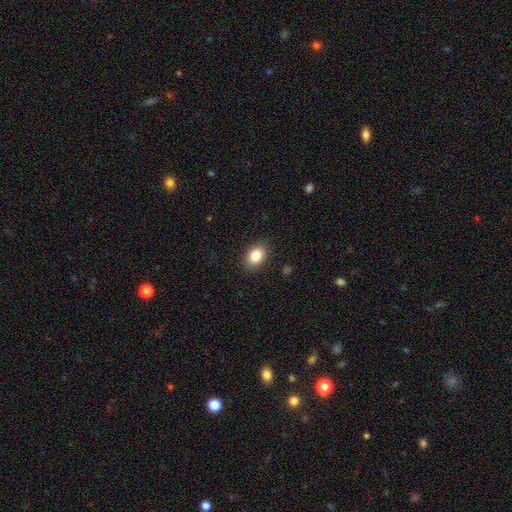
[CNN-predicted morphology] type=smooth (87%); roundness=in between (79%); merging=none (88%).